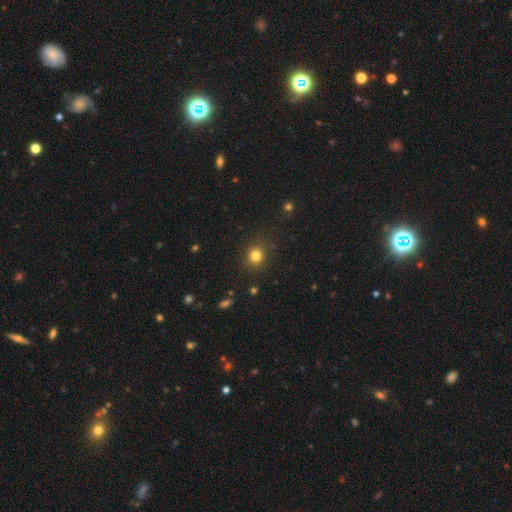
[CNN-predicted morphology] Smooth or featured? smooth (81%)
How rounded? round (83%)
Merging? none (87%)